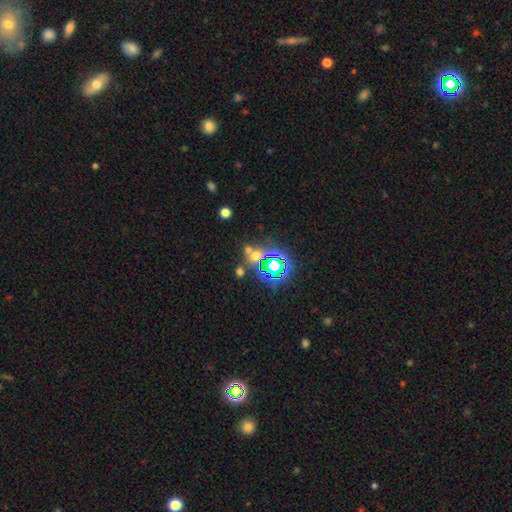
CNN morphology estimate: Smooth or featured: star or artifact — 52% (smooth — 37%)